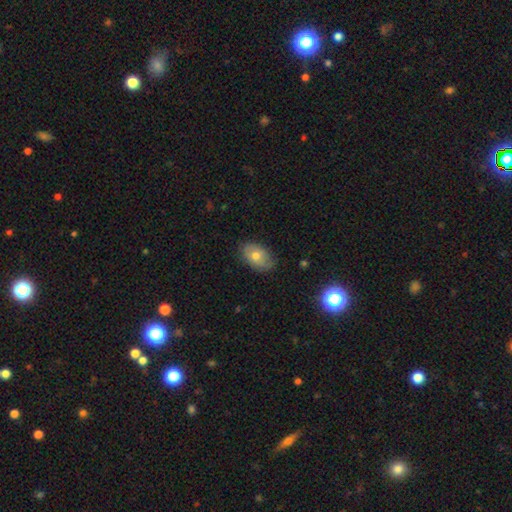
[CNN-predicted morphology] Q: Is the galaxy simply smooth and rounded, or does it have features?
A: smooth — 71%.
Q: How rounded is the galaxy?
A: in between — 90%.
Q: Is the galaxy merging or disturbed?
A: none — 80%.